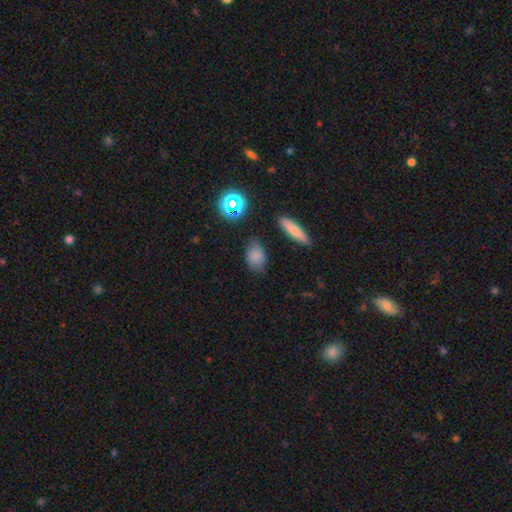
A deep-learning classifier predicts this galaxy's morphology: This is likely a smooth galaxy (78%). How rounded: likely in between (80%). Merging: likely none (74%).